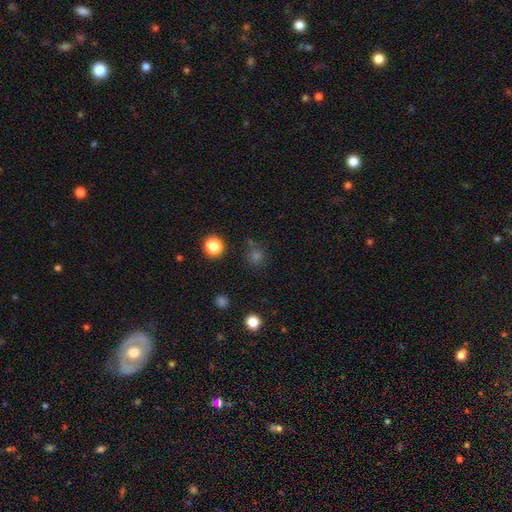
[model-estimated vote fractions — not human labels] Smooth or featured? smooth (66%)
How rounded? round (92%)
Merging? none (78%)